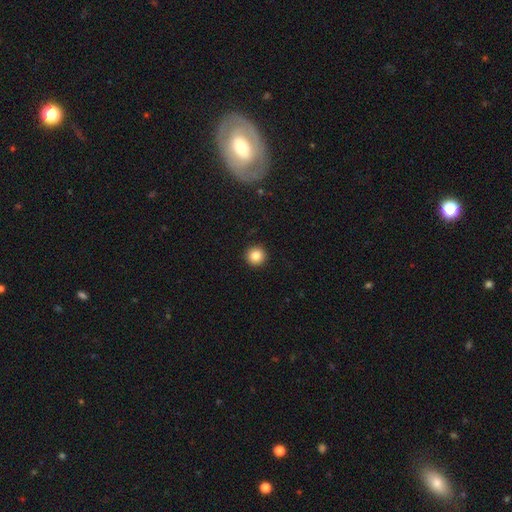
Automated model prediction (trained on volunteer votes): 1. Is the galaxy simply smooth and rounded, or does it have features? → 84% smooth, 10% star or artifact, 6% featured or disk.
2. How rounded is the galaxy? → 96% round, 3% in between, 1% cigar-shaped.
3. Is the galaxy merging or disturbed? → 94% none, 4% minor disturbance, 1% major disturbance, 1% merger.